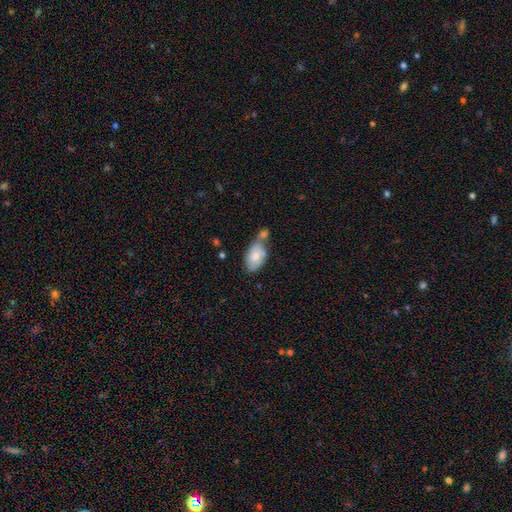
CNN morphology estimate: smooth 74%, featured or disk 20%, star or artifact 6%. Down the decision tree: how rounded — in between (92%); merging — none (37%).